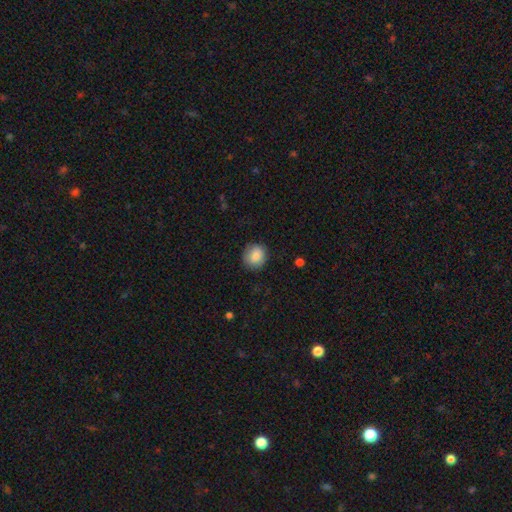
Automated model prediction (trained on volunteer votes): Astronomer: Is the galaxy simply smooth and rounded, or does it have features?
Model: smooth — 85%.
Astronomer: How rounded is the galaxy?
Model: round — 82%.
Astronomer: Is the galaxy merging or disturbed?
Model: none — 84%.